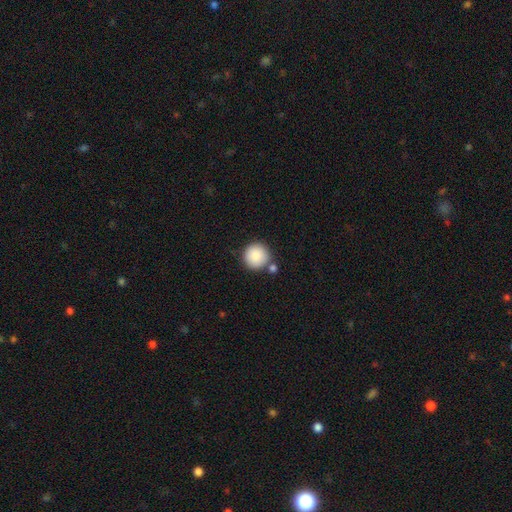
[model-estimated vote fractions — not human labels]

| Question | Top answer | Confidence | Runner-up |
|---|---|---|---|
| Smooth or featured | smooth | 87% | star or artifact (8%) |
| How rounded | round | 95% | in between (4%) |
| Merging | none | 74% | merger (13%) |